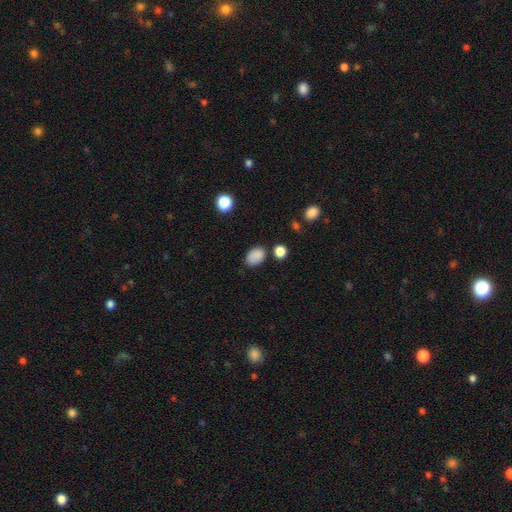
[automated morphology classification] smooth-or-featured: smooth: 86% | star or artifact: 10% | featured or disk: 4%
  how-rounded: in between: 79% | round: 20% | cigar-shaped: 1%
  merging: none: 76% | minor disturbance: 15% | merger: 5% | major disturbance: 4%